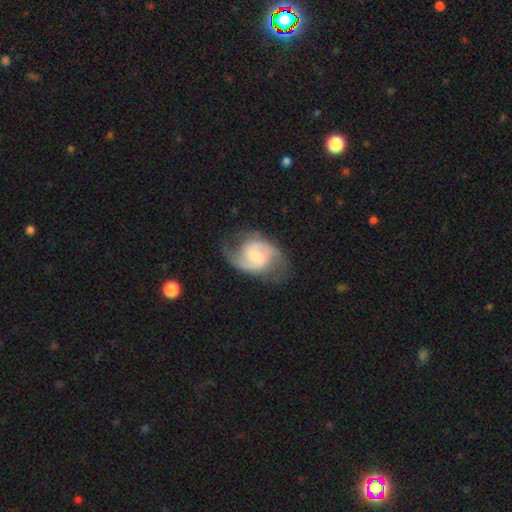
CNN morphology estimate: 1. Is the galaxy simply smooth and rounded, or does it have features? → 79% featured or disk, 15% smooth, 6% star or artifact.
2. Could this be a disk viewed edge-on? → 98% no, 2% yes.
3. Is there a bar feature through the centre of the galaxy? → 50% no, 42% weak, 8% strong.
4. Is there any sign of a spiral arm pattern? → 95% yes, 5% no.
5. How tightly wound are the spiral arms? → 52% medium, 29% loose, 20% tight.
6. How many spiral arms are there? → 87% 2, 6% can't tell, 2% 3, 2% 1, 1% 4, 1% more than 4.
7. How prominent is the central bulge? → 48% small, 36% moderate, 8% none, 7% large, 2% dominant.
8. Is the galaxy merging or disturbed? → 64% none, 20% minor disturbance, 14% major disturbance, 2% merger.